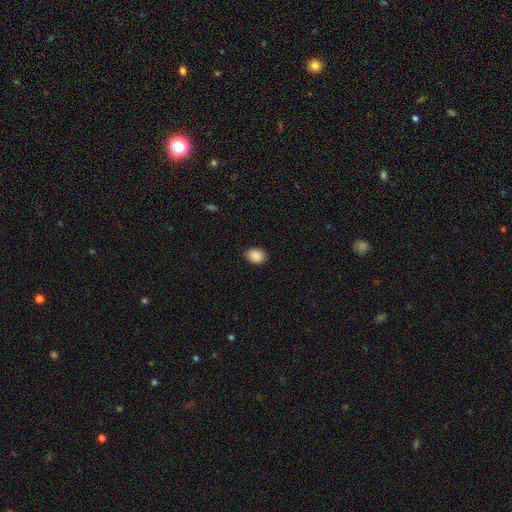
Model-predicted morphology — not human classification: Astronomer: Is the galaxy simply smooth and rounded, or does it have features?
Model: smooth — 89%.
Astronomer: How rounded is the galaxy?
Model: in between — 68%.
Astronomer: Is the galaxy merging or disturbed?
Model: none — 87%.